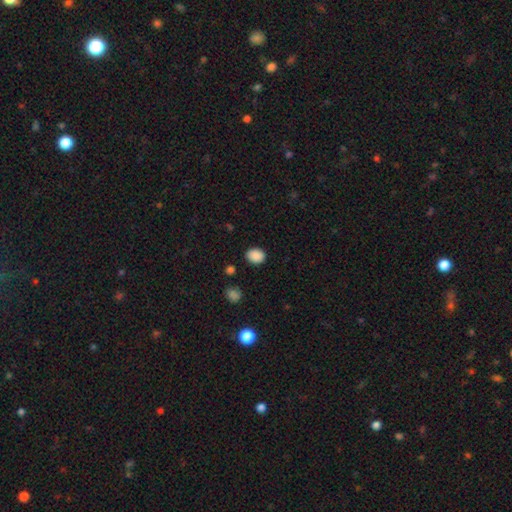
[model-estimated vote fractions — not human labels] smooth 88%, star or artifact 9%, featured or disk 3%. Down the decision tree: how rounded — round (51%); merging — none (86%).